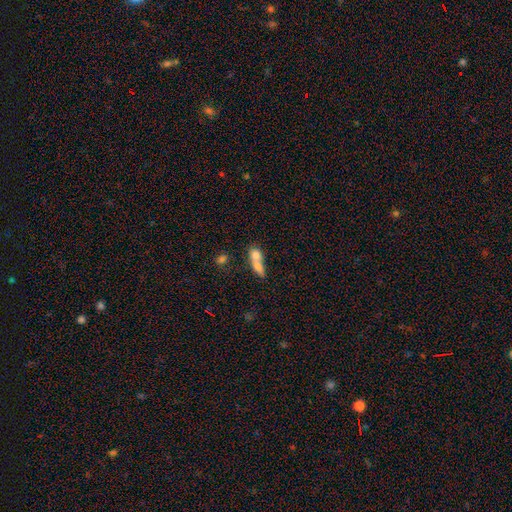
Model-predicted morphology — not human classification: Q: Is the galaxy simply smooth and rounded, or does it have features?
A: smooth — 72%.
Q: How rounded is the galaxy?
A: in between — 57%.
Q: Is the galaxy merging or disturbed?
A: merger — 69%.